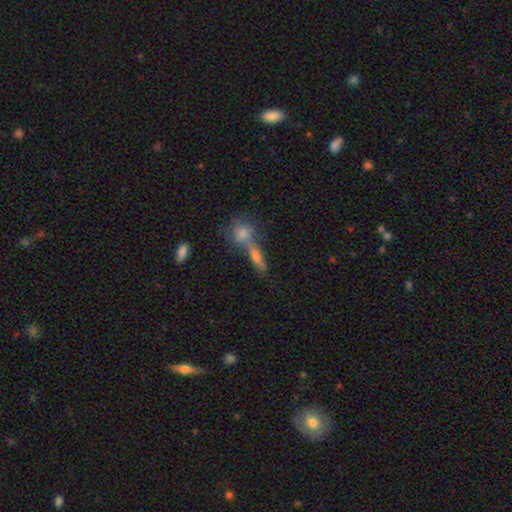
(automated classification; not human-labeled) The model was most divided on "how rounded": cigar-shaped: 47%, in between: 38%, round: 15%. Remaining: smooth or featured — smooth (56%); merging — merger (49%).